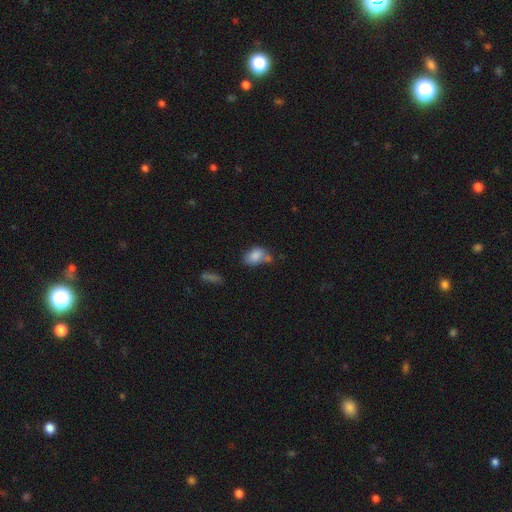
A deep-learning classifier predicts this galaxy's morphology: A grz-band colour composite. It shows a smooth galaxy with no disk features (83%) that is in between round and cigar-shaped (83%). Merging: none (46%).